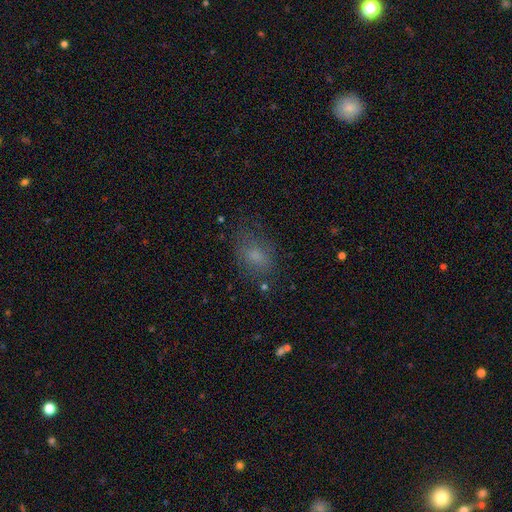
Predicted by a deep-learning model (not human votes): smooth-or-featured: smooth: 70% | featured or disk: 15% | star or artifact: 15%
  how-rounded: in between: 76% | round: 22% | cigar-shaped: 2%
  merging: none: 63% | minor disturbance: 22% | major disturbance: 13% | merger: 2%